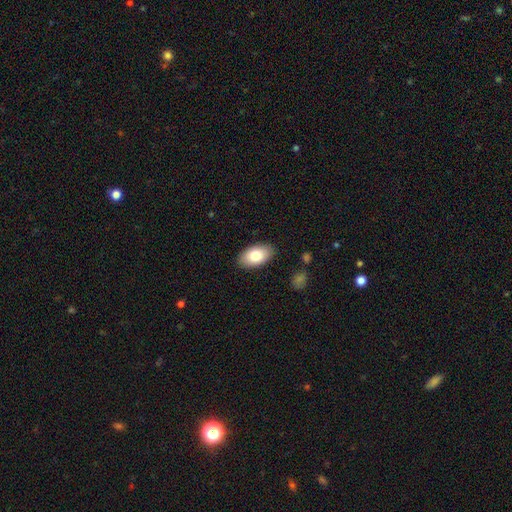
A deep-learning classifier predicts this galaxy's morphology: This appears to be a smooth galaxy with no disk features (80%) that is in between round and cigar-shaped (95%). Merging: none (88%).